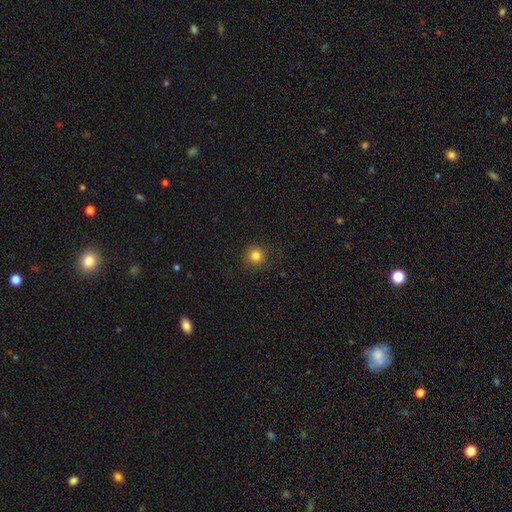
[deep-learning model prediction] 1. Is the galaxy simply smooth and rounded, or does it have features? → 82% smooth, 13% star or artifact, 6% featured or disk.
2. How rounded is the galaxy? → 93% round, 7% in between, 1% cigar-shaped.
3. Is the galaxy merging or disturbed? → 86% none, 9% minor disturbance, 3% major disturbance, 1% merger.